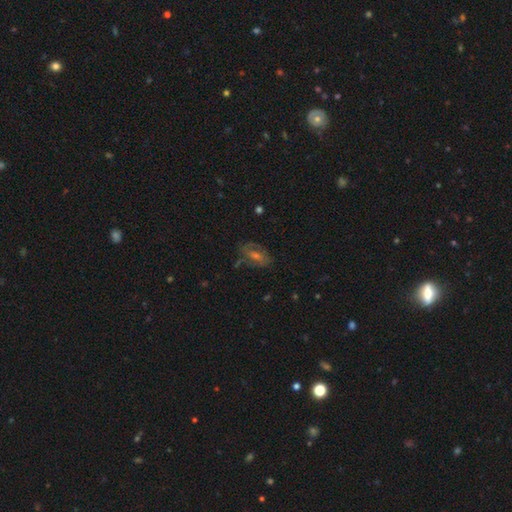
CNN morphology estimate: type=featured or disk (48%); merging=none (69%).